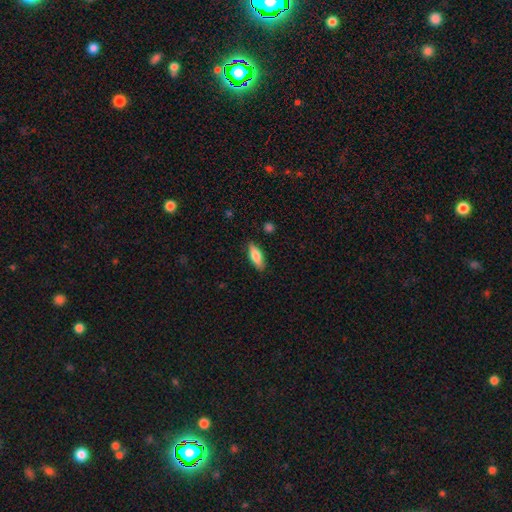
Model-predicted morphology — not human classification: Smooth or featured? Predicted: smooth (p=0.75). How rounded? Predicted: in between (p=0.65). Merging? Predicted: none (p=0.86).